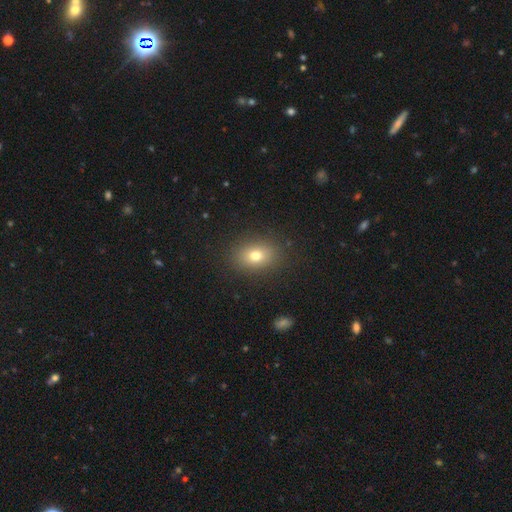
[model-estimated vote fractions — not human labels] This appears to be a smooth galaxy with no disk features (76%) that is in between round and cigar-shaped (68%). Merging: none (87%).